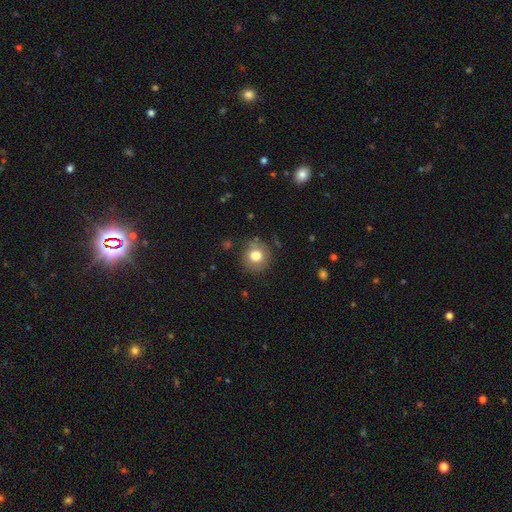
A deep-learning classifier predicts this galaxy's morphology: smooth_or_featured: smooth (p=0.78) [alt: featured or disk p=0.11]
how_rounded: round (p=0.91) [alt: in between p=0.08]
merging: none (p=0.83) [alt: minor disturbance p=0.12]